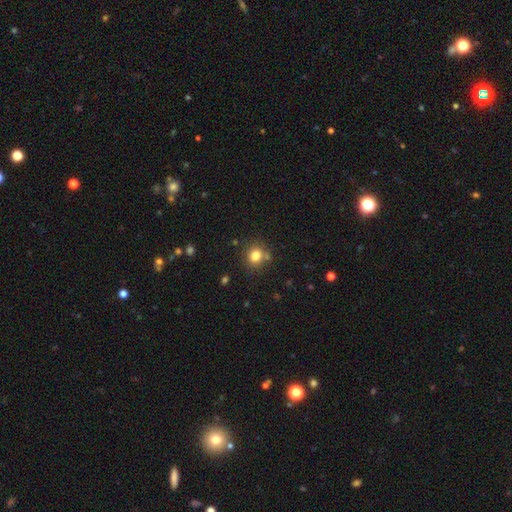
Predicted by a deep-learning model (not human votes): Smooth or featured? smooth (80%)
How rounded? round (83%)
Merging? none (76%)